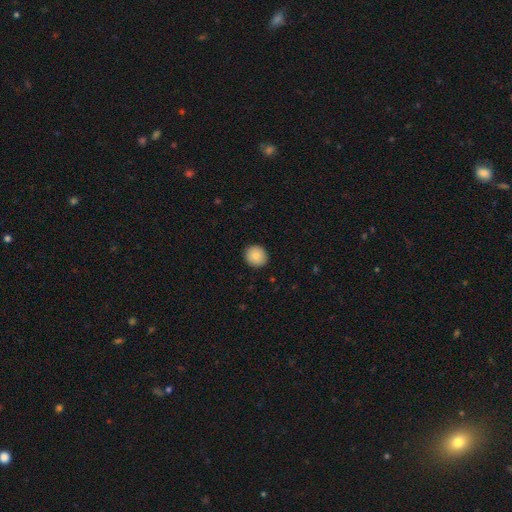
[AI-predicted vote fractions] Smooth or featured? Predicted: smooth (p=0.86). How rounded? Predicted: round (p=0.90). Merging? Predicted: none (p=0.91).